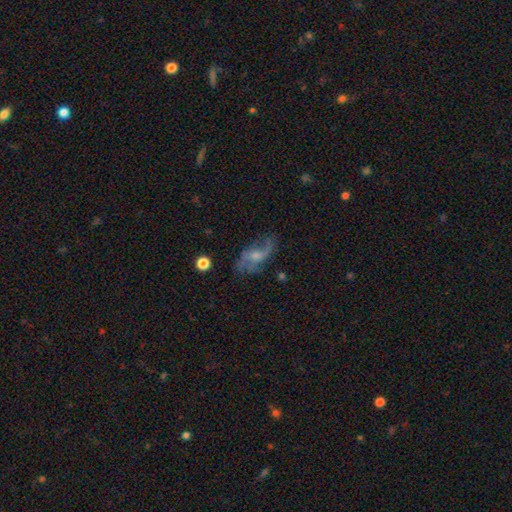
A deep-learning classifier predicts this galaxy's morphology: type=featured or disk (76%); edge-on=no (94%); bar=no (55%); spiral arms=yes (91%); winding=loose (61%); arm count=2 (73%); bulge=small (45%); merging=none (67%).